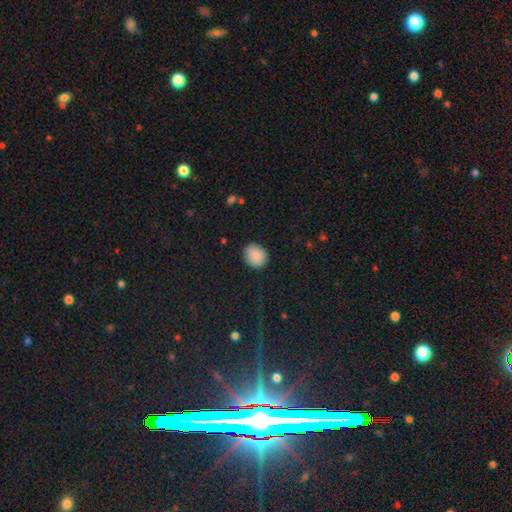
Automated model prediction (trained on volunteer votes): Smooth or featured? Predicted: smooth (p=0.89). How rounded? Predicted: round (p=0.72). Merging? Predicted: none (p=0.86).